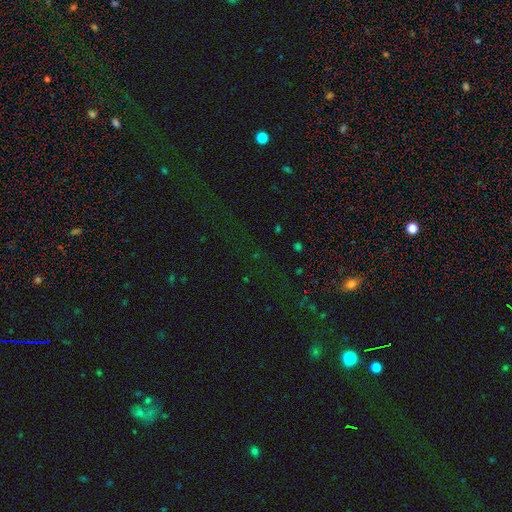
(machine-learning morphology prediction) Smooth or featured?
  - star or artifact: 76% *
  - smooth: 15%
  - featured or disk: 9%